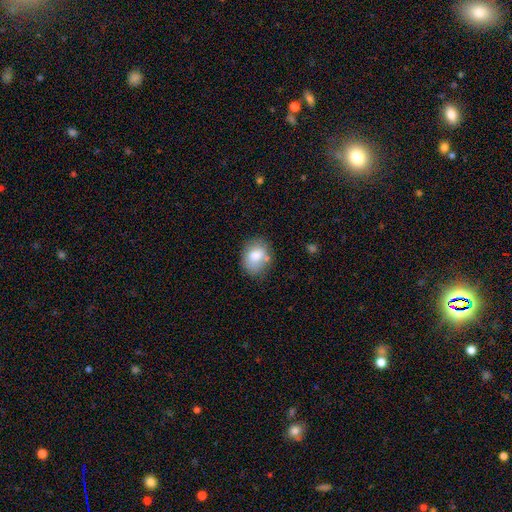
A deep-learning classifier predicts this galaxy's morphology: The model was most divided on "how rounded": in between: 59%, round: 40%, cigar-shaped: 1%. More confident: smooth or featured — smooth (77%); merging — none (67%).